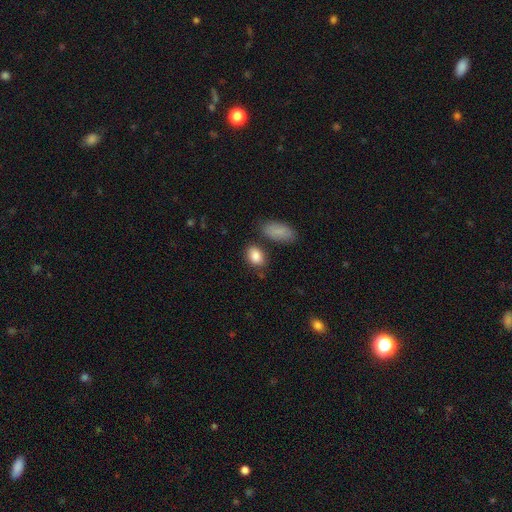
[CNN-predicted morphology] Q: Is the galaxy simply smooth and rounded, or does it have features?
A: smooth — 87%.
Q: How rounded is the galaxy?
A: in between — 83%.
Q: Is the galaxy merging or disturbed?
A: none — 71%.